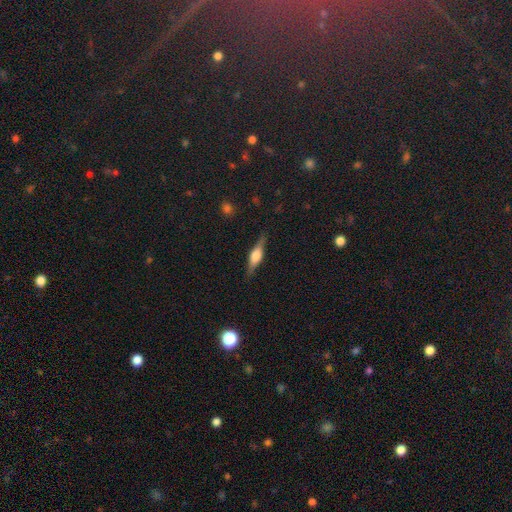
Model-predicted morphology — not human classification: Smooth or featured?
  - featured or disk: 65% *
  - smooth: 29%
  - star or artifact: 7%
Edge-on disk?
  - yes: 97% *
  - no: 3%
Edge-on bulge?
  - rounded: 80% *
  - boxy: 18%
  - none: 3%
Merging?
  - none: 86% *
  - minor disturbance: 10%
  - major disturbance: 3%
  - merger: 1%